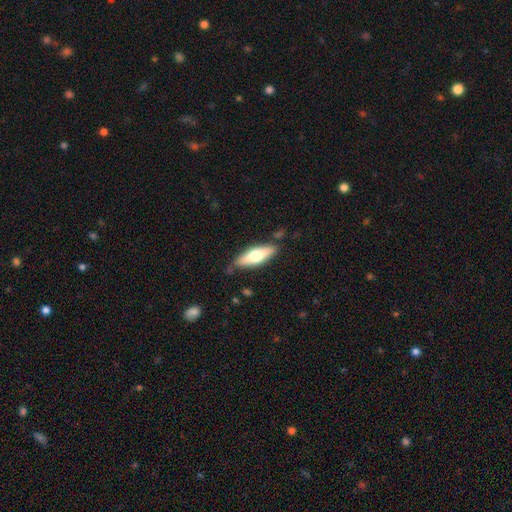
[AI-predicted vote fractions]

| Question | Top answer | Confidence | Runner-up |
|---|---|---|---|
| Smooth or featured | smooth | 56% | featured or disk (39%) |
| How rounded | in between | 50% | cigar-shaped (48%) |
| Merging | none | 80% | minor disturbance (14%) |